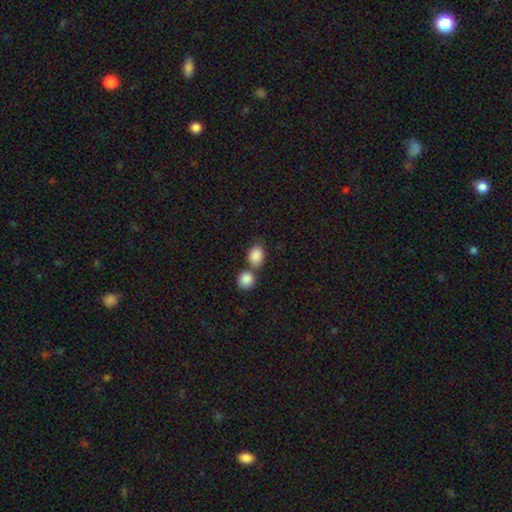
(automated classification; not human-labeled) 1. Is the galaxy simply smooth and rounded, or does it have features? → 88% smooth, 8% star or artifact, 4% featured or disk.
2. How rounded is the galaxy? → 53% in between, 45% round, 1% cigar-shaped.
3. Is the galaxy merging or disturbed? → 48% none, 39% merger, 10% minor disturbance, 4% major disturbance.